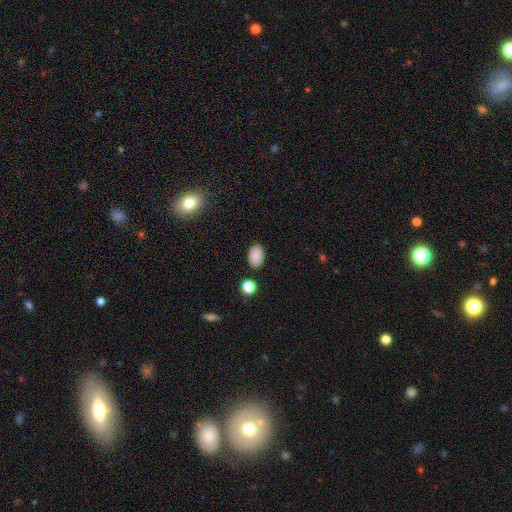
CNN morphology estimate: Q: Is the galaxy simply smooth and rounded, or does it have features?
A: smooth — 88%.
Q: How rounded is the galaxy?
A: in between — 90%.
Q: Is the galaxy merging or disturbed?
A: none — 87%.